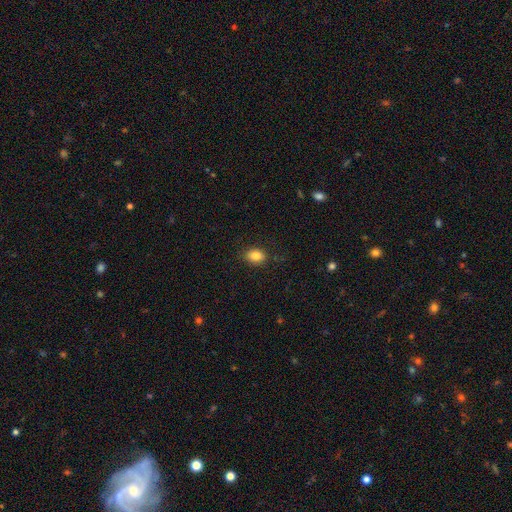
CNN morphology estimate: Smooth or featured? smooth (84%)
How rounded? in between (68%)
Merging? none (85%)